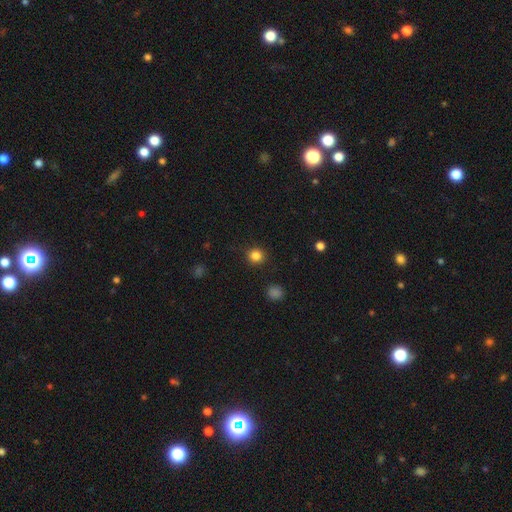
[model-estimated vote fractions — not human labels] This appears to be a smooth galaxy with no disk features (84%) that is round (92%). Merging: none (90%).